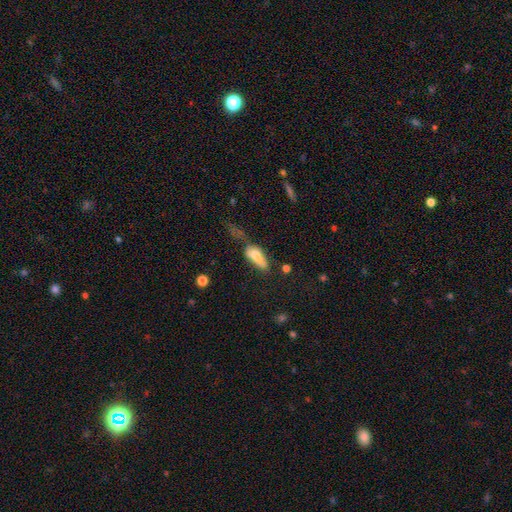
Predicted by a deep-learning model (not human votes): This appears to be a smooth galaxy with no disk features (67%) that is in between round and cigar-shaped (74%). Merging: major disturbance (35%).